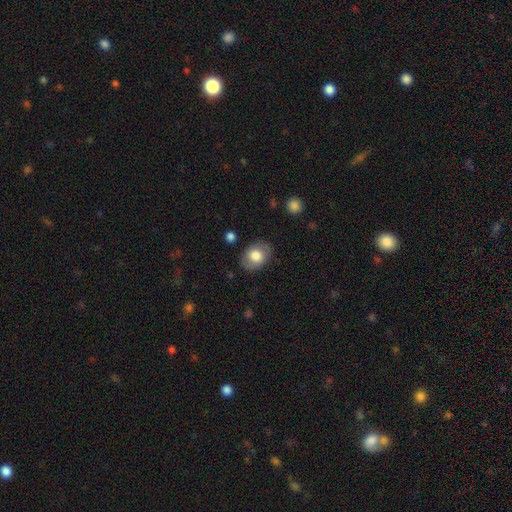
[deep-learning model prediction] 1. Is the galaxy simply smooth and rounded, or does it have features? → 74% smooth, 20% featured or disk, 7% star or artifact.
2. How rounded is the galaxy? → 73% in between, 26% round, 1% cigar-shaped.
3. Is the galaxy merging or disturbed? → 82% none, 13% minor disturbance, 4% major disturbance, 1% merger.